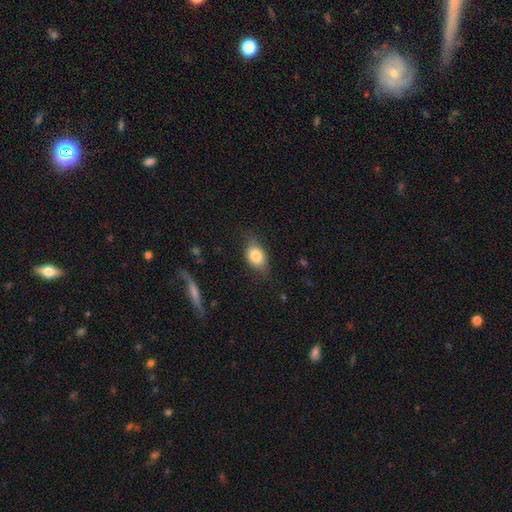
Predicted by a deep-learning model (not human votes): A smooth galaxy with no disk features (81%) that is in between round and cigar-shaped (79%).

Vote fractions:
- Smooth or featured? smooth: 81% / featured or disk: 11% / star or artifact: 8%
- How rounded? in between: 79% / round: 19% / cigar-shaped: 3%
- Merging? none: 72% / minor disturbance: 21% / major disturbance: 6% / merger: 1%